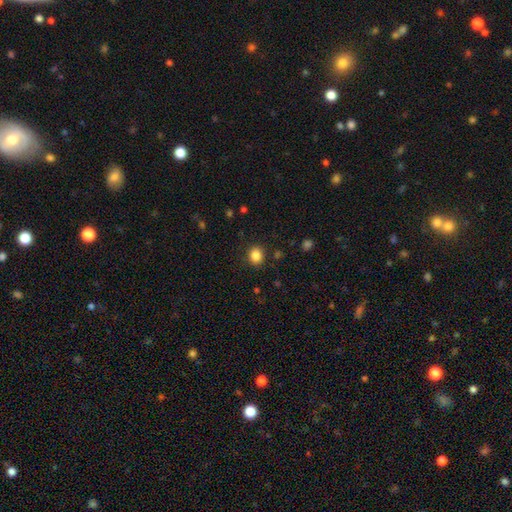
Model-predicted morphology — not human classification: smooth 85%, star or artifact 11%, featured or disk 4%. Down the decision tree: how rounded — round (70%); merging — none (88%).